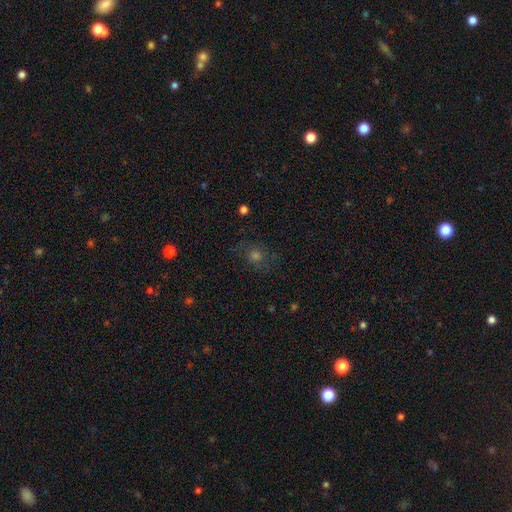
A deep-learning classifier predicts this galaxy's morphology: type=smooth (46%); merging=none (74%).